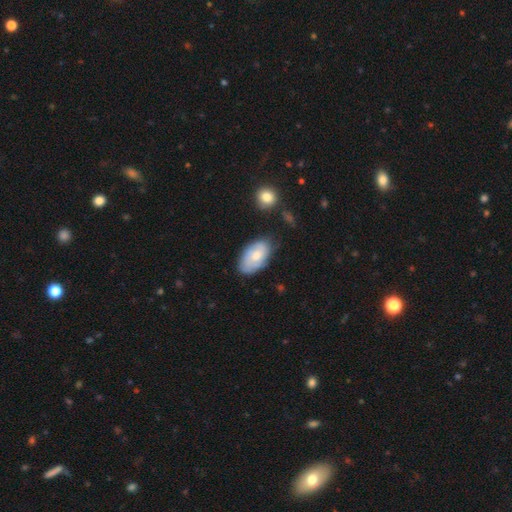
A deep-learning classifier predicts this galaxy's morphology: Smooth or featured? Predicted: smooth (p=0.51). How rounded? Predicted: in between (p=0.93). Merging? Predicted: none (p=0.68).